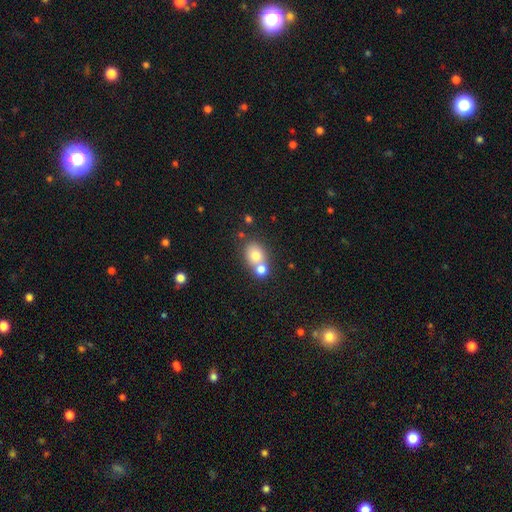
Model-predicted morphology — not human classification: smooth 76%, featured or disk 14%, star or artifact 10%. Down the decision tree: how rounded — round (52%); merging — merger (53%).